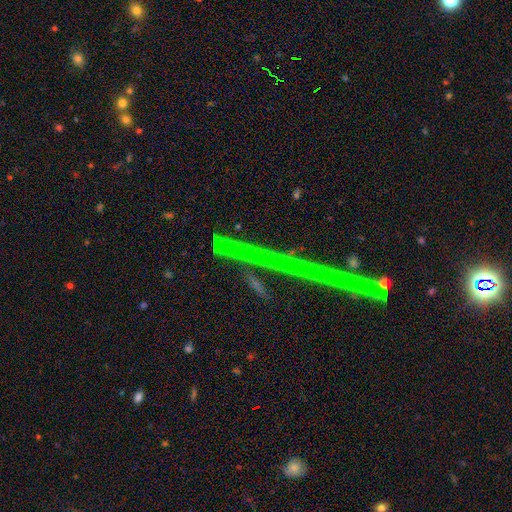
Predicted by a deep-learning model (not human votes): Overall: star or artifact (58%; featured or disk 30%).